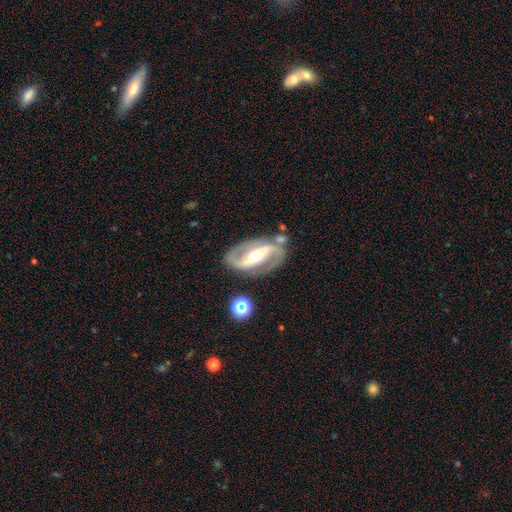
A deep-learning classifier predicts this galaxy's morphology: This appears to be a featured or disk galaxy (89%) with a strong bar (60%), 2 (93%) medium (54%) spiral arms (95%) and a moderate central bulge (61%). Merging: none (77%).